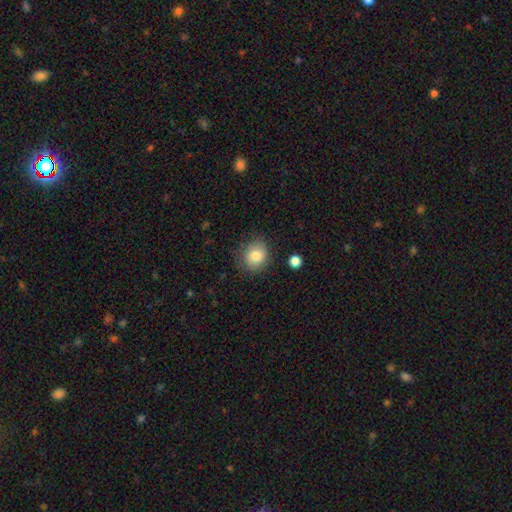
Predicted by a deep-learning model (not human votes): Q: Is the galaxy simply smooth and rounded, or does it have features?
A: smooth — 83%.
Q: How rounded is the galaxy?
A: round — 72%.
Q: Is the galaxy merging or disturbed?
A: none — 77%.